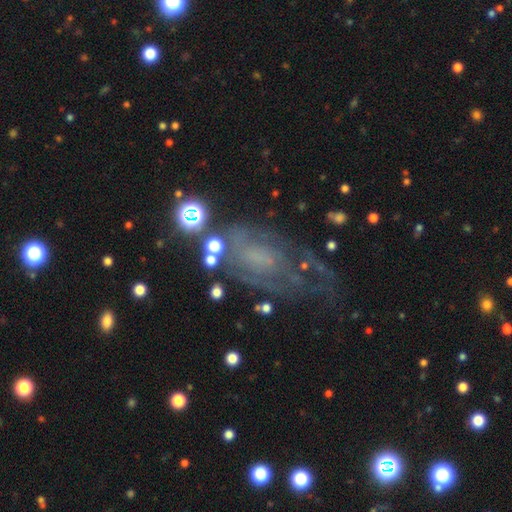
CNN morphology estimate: A featured or disk galaxy (60%) with no bar (71%), spiral arms (69%) and no central bulge (40%). Merging: none (48%).